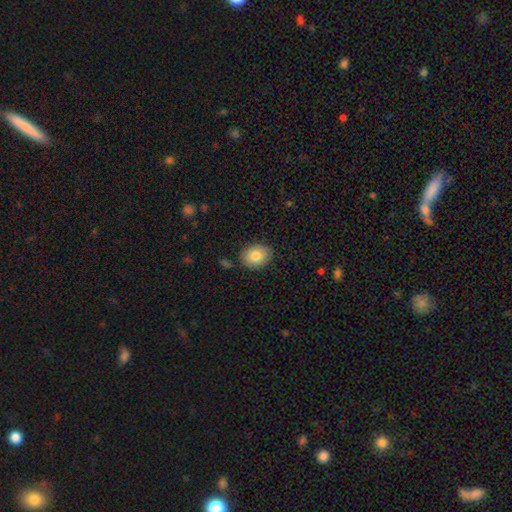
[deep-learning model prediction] Morphology: type=smooth (82%); roundness=in between (56%); merging=none (87%).